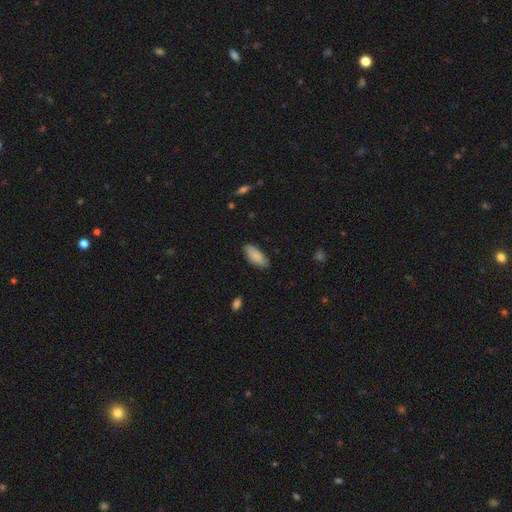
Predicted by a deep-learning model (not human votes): smooth-or-featured: smooth: 87% | featured or disk: 7% | star or artifact: 6%
  how-rounded: in between: 87% | cigar-shaped: 11% | round: 2%
  merging: none: 83% | minor disturbance: 13% | major disturbance: 2% | merger: 1%